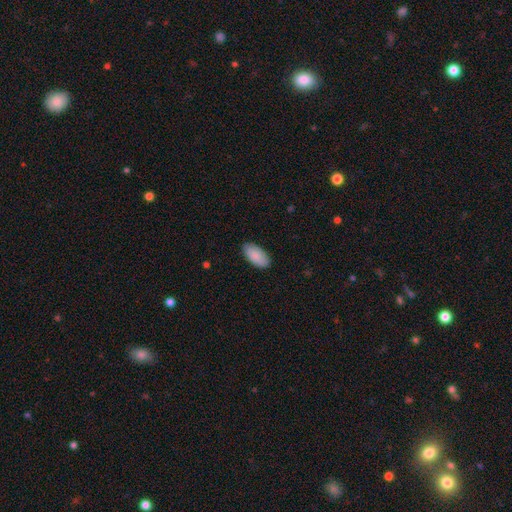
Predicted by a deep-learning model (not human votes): Overall: smooth (88%). How rounded: in between (95%). Merging: none (87%).